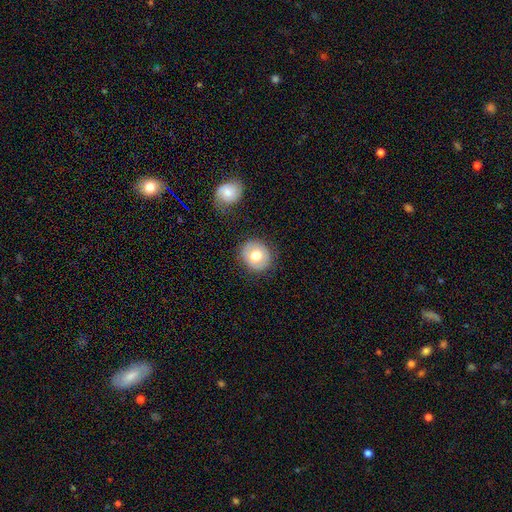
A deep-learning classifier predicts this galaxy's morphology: Smooth or featured? smooth (67%)
How rounded? round (80%)
Merging? none (84%)